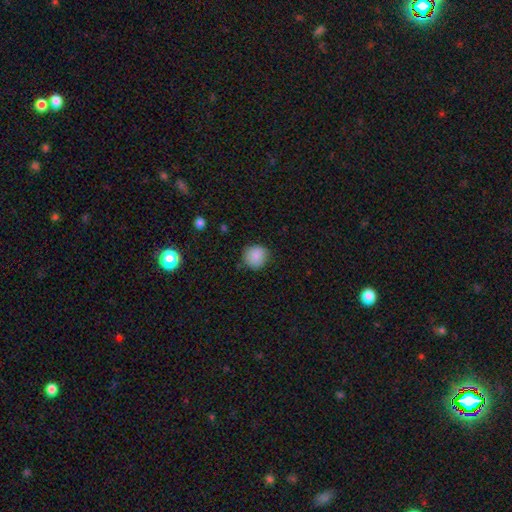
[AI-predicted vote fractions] smooth-or-featured: smooth: 87% | star or artifact: 9% | featured or disk: 4%
  how-rounded: round: 91% | in between: 8% | cigar-shaped: 1%
  merging: none: 84% | minor disturbance: 12% | major disturbance: 3% | merger: 1%